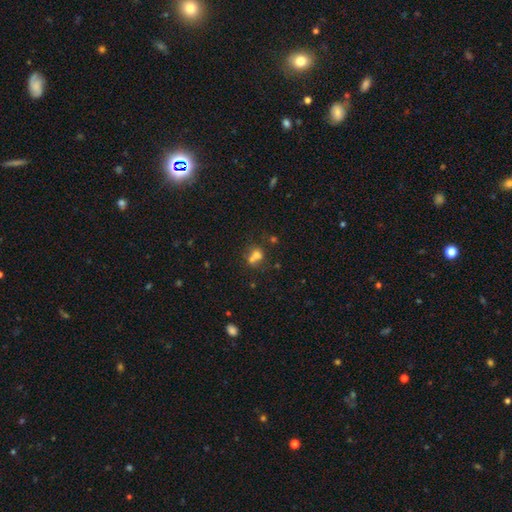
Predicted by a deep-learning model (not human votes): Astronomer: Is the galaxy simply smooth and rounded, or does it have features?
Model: smooth — 65%.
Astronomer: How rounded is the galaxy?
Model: round — 71%.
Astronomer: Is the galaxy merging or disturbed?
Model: merger — 55% (runner-up: none, 33%).